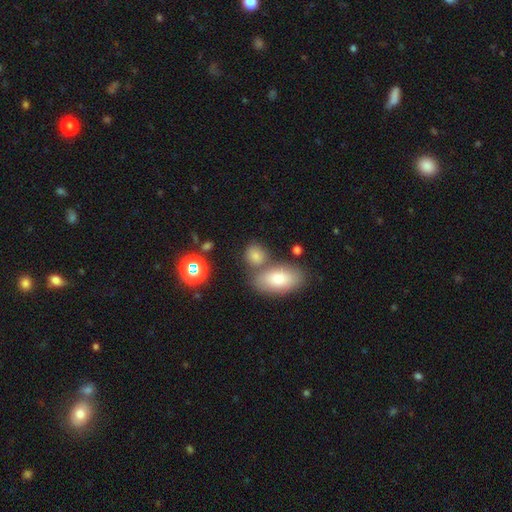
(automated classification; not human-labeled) Smooth or featured? Predicted: smooth (p=0.79). How rounded? Predicted: in between (p=0.51). Merging? Predicted: none (p=0.58).